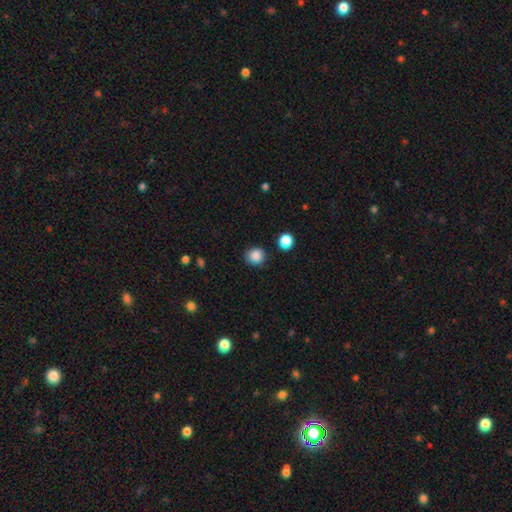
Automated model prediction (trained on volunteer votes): Overall: smooth (87%). How rounded: round (88%). Merging: none (87%).